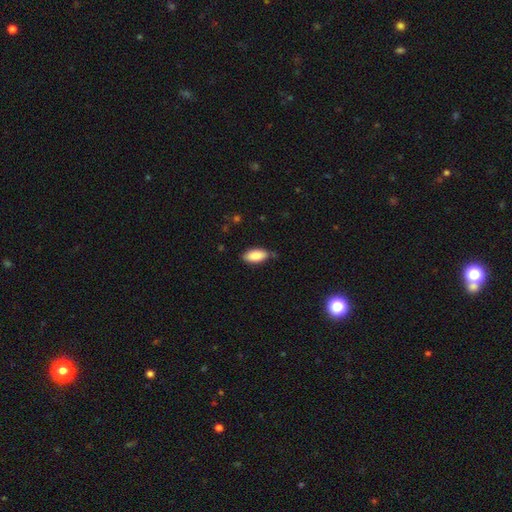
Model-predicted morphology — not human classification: Smooth or featured? smooth (88%)
How rounded? in between (91%)
Merging? none (76%)